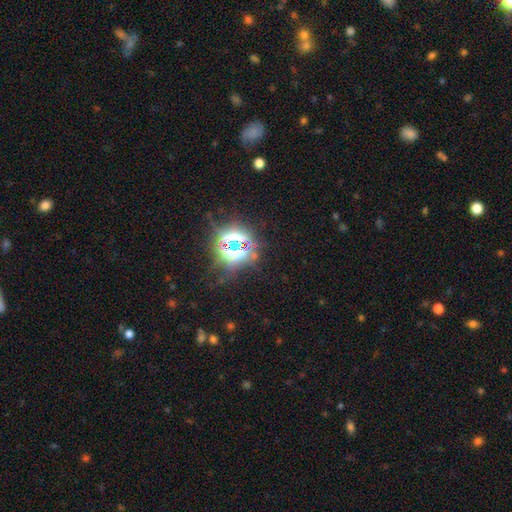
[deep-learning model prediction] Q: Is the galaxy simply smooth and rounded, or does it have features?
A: star or artifact — 80%.